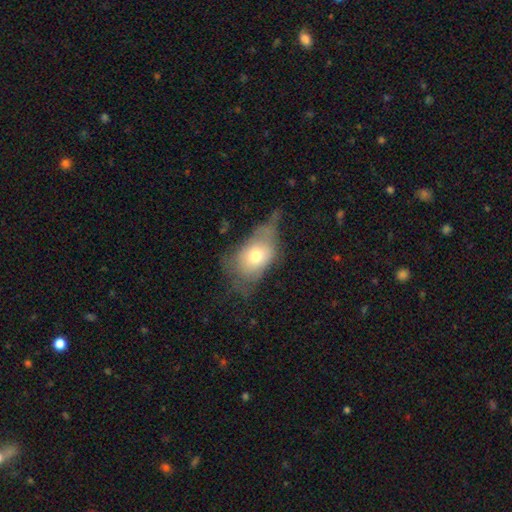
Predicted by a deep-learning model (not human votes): Smooth or featured?
  - smooth: 65% *
  - featured or disk: 26%
  - star or artifact: 10%
How rounded?
  - in between: 79% *
  - round: 19%
  - cigar-shaped: 2%
Merging?
  - major disturbance: 37% *
  - minor disturbance: 32%
  - none: 28%
  - merger: 4%